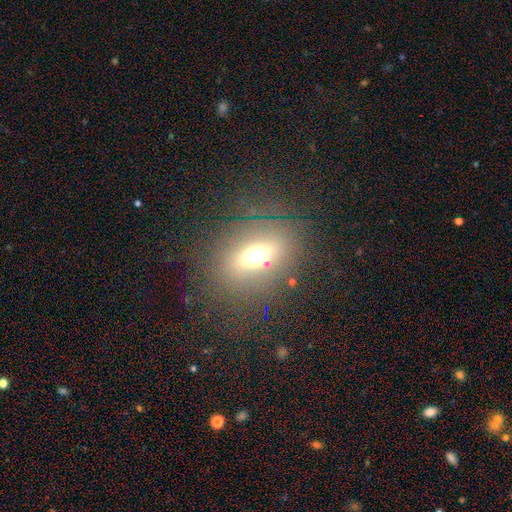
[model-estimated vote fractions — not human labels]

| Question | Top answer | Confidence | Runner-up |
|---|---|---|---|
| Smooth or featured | smooth | 49% | star or artifact (26%) |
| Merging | none | 75% | minor disturbance (12%) |